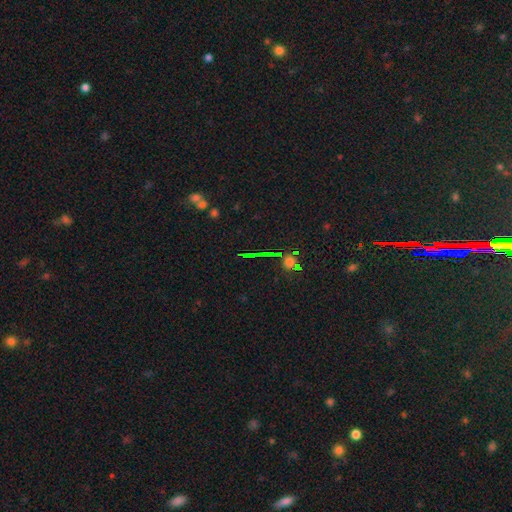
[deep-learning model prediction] Overall: star or artifact (60%).